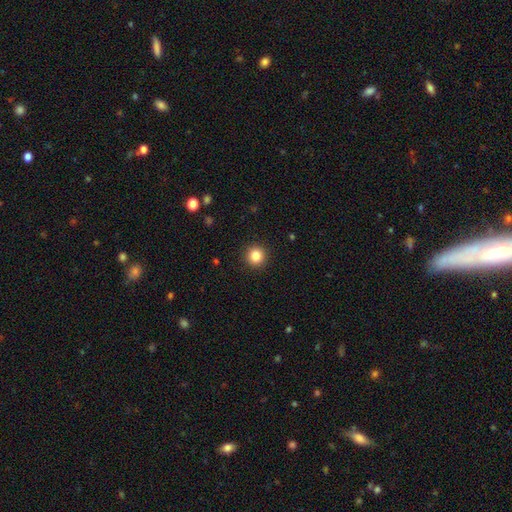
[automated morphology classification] This is clearly a smooth galaxy (84%). How rounded: clearly round (95%). Merging: clearly none (92%).